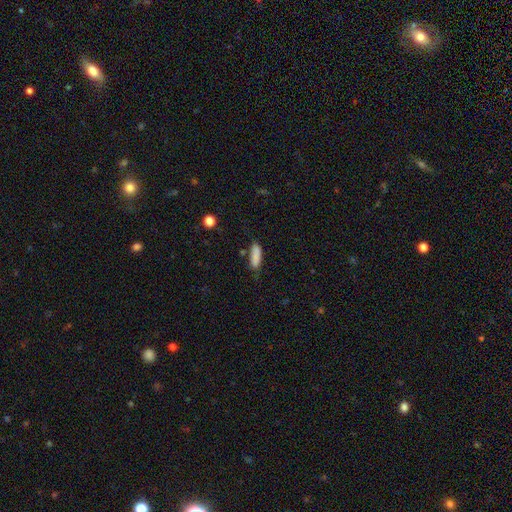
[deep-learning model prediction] Smooth or featured: smooth — 86% (star or artifact — 8%)
How rounded: cigar-shaped — 49% (tied with in between — 49%)
Merging: none — 67% (minor disturbance — 24%)